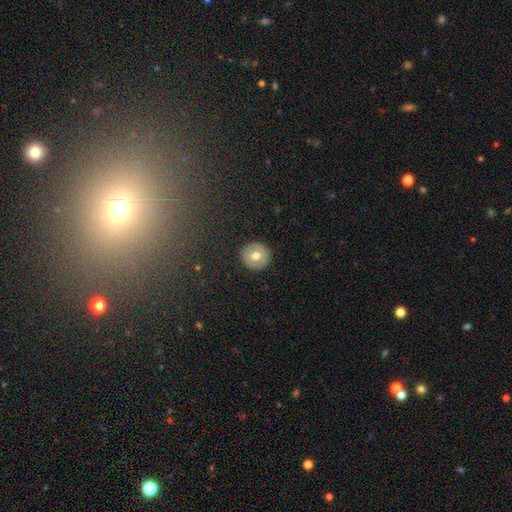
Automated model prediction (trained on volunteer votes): A smooth galaxy with no disk features (65%) that is round (95%). Merging: none (92%).